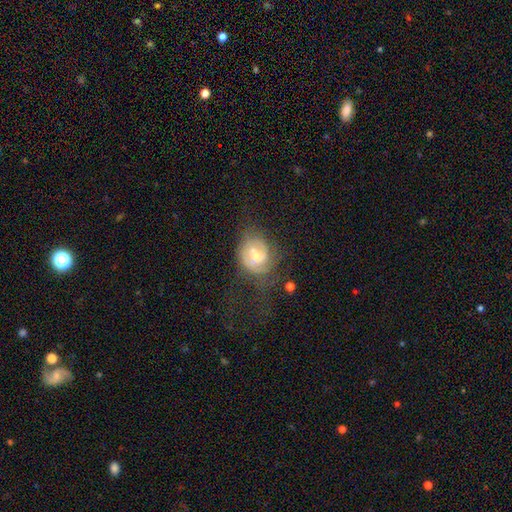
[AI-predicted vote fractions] Smooth or featured?
  - featured or disk: 60% *
  - smooth: 31%
  - star or artifact: 9%
Edge-on disk?
  - no: 96% *
  - yes: 4%
Bar?
  - weak: 49% *
  - no: 34%
  - strong: 17%
Spiral arms?
  - yes: 67% *
  - no: 33%
Bulge size?
  - moderate: 52% *
  - small: 40%
  - large: 4%
  - none: 2%
  - dominant: 1%
Merging?
  - none: 51% *
  - major disturbance: 25%
  - minor disturbance: 22%
  - merger: 2%